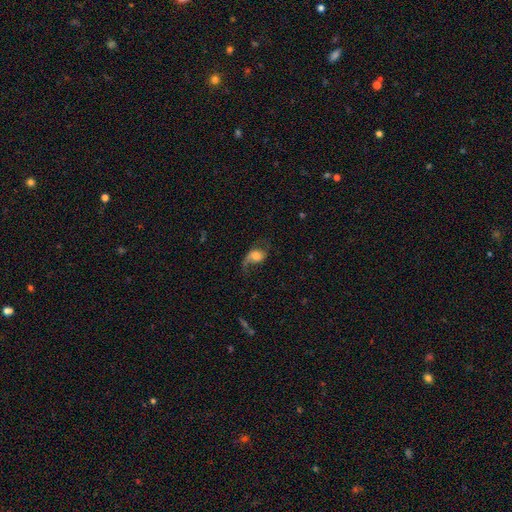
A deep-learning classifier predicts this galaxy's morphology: A featured or disk galaxy (54%) with no bar (66%), spiral arms (86%) and a moderate central bulge (51%).

Vote fractions:
- Smooth or featured? featured or disk: 54% / smooth: 37% / star or artifact: 9%
- Edge-on disk? no: 95% / yes: 5%
- Bar? no: 66% / weak: 27% / strong: 7%
- Spiral arms? yes: 86% / no: 14%
- Bulge size? moderate: 51% / small: 21% / large: 19% / dominant: 5% / none: 4%
- Merging? none: 42% / major disturbance: 34% / minor disturbance: 22% / merger: 3%